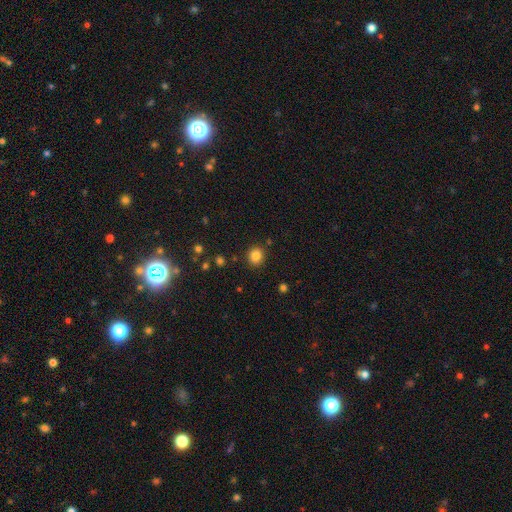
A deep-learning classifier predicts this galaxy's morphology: Smooth or featured? Predicted: smooth (p=0.84). How rounded? Predicted: round (p=0.83). Merging? Predicted: none (p=0.87).